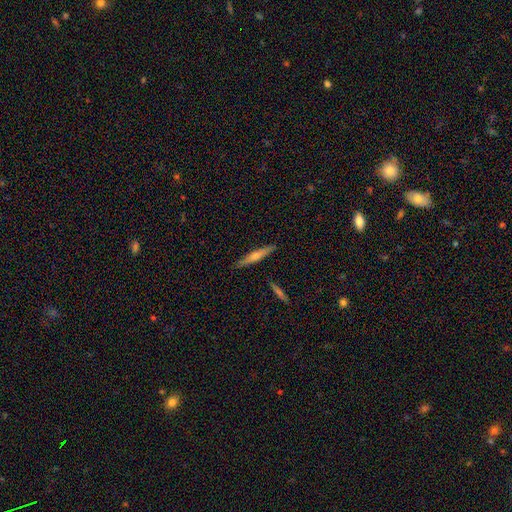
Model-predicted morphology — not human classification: Smooth or featured? featured or disk (49%)
Merging? none (87%)